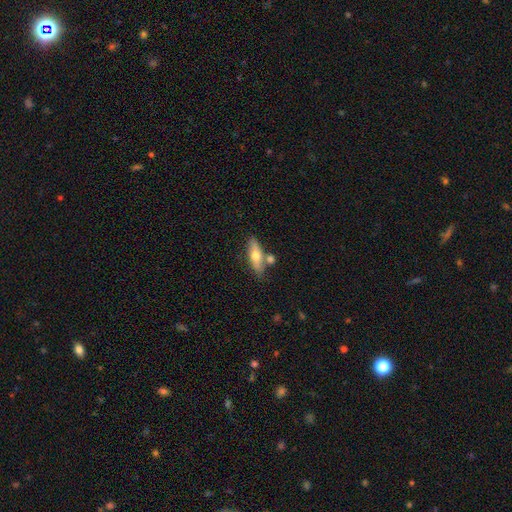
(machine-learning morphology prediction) Smooth or featured? Predicted: smooth (p=0.60). How rounded? Predicted: in between (p=0.58). Merging? Predicted: none (p=0.66).